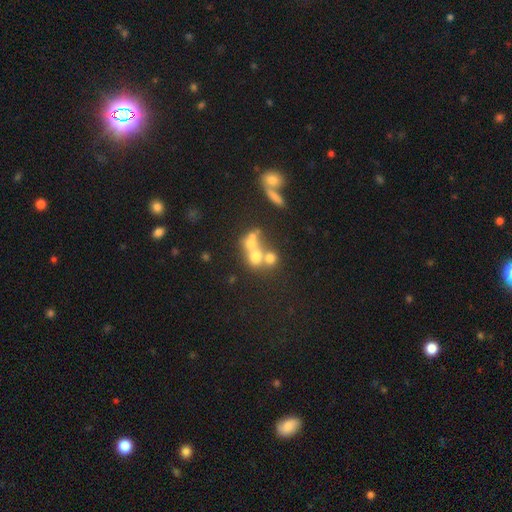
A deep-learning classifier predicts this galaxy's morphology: Smooth or featured?
  - smooth: 58% *
  - featured or disk: 24%
  - star or artifact: 18%
How rounded?
  - round: 73% *
  - in between: 25%
  - cigar-shaped: 2%
Merging?
  - merger: 56% *
  - none: 30%
  - minor disturbance: 7%
  - major disturbance: 6%